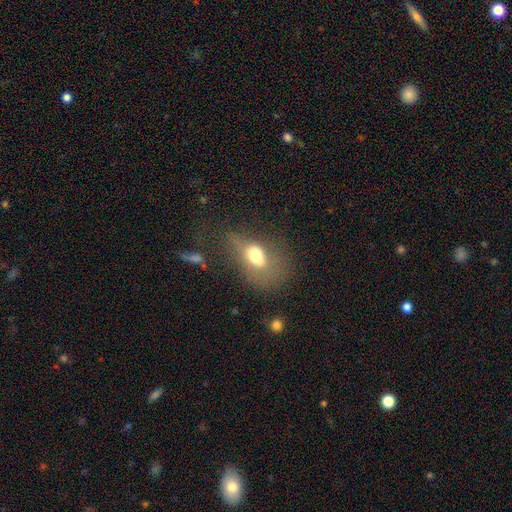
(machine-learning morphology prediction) Smooth or featured? smooth (65%)
How rounded? in between (79%)
Merging? major disturbance (42%)